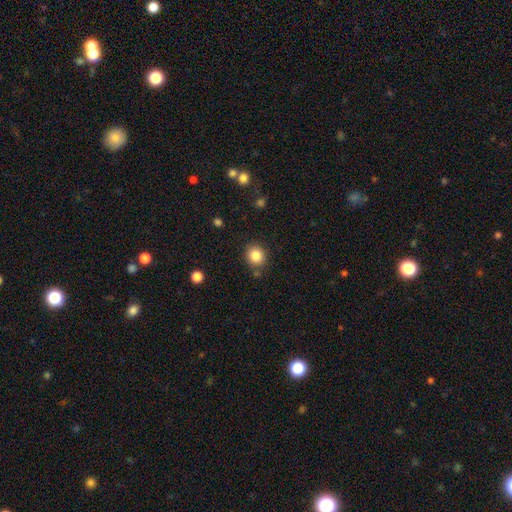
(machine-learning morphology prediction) This is clearly a smooth galaxy (84%). How rounded: clearly round (80%). Merging: clearly none (83%).